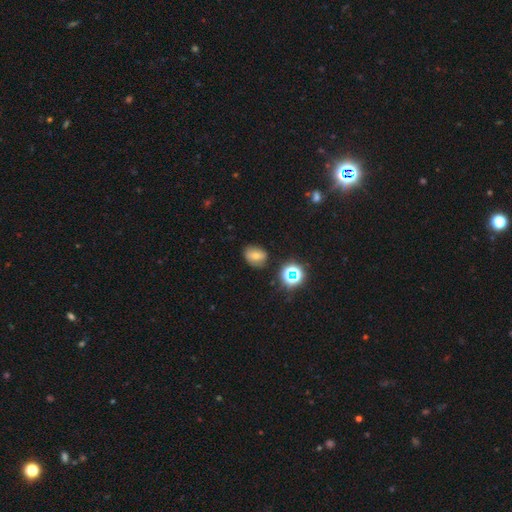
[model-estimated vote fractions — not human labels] smooth_or_featured: smooth (p=0.60) [alt: star or artifact p=0.20]
how_rounded: in between (p=0.55) [alt: round p=0.43]
merging: none (p=0.76) [alt: minor disturbance p=0.17]